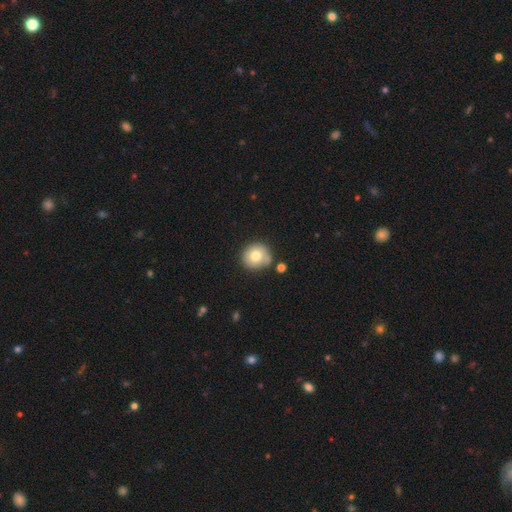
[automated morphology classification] A smooth galaxy with no disk features (76%) that is round (90%).

Vote fractions:
- Smooth or featured? smooth: 76% / featured or disk: 14% / star or artifact: 10%
- How rounded? round: 90% / in between: 9% / cigar-shaped: 1%
- Merging? none: 69% / minor disturbance: 17% / merger: 10% / major disturbance: 4%